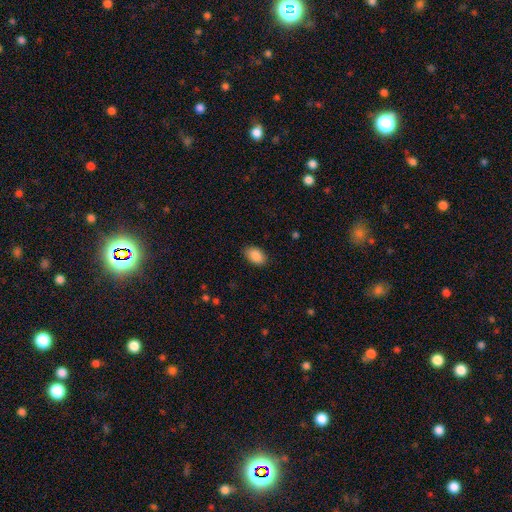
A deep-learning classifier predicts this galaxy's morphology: The model was most divided on "merging": none: 86%, minor disturbance: 11%, major disturbance: 2%, merger: 1%. More confident: how rounded — in between (90%); smooth or featured — smooth (89%).